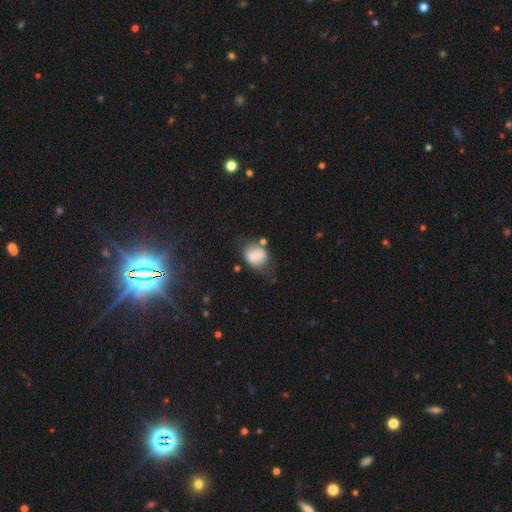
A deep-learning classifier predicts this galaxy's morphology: Q: Smooth or featured?
A: smooth (72%); runner-up: featured or disk (19%)
Q: How rounded?
A: round (56%); runner-up: in between (43%)
Q: Merging?
A: none (52%); runner-up: minor disturbance (26%)